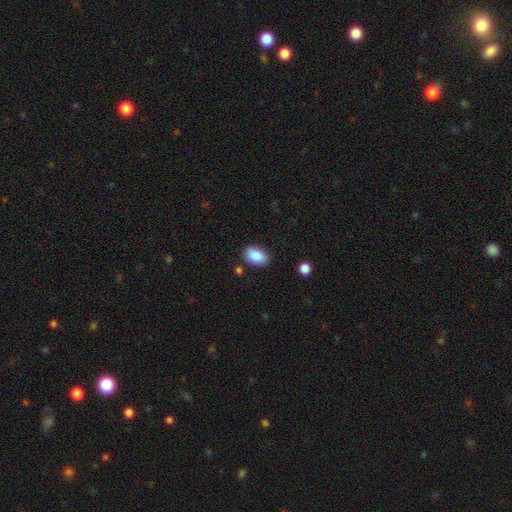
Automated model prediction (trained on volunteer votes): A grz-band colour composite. It shows a smooth galaxy with no disk features (88%) that is in between round and cigar-shaped (91%). Merging: none (80%).